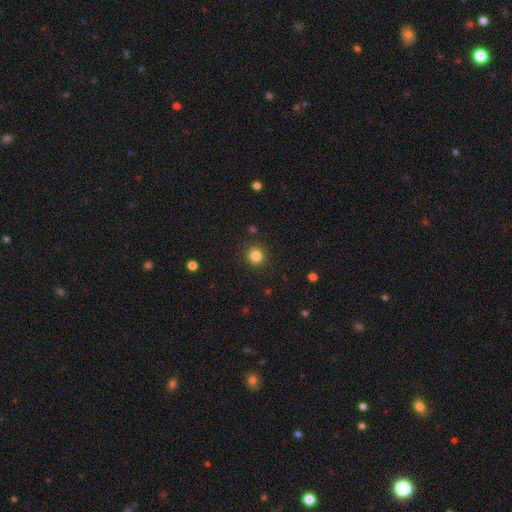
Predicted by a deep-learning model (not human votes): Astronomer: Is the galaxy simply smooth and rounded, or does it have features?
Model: smooth — 83%.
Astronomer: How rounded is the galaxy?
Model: round — 92%.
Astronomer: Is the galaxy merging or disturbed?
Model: none — 90%.